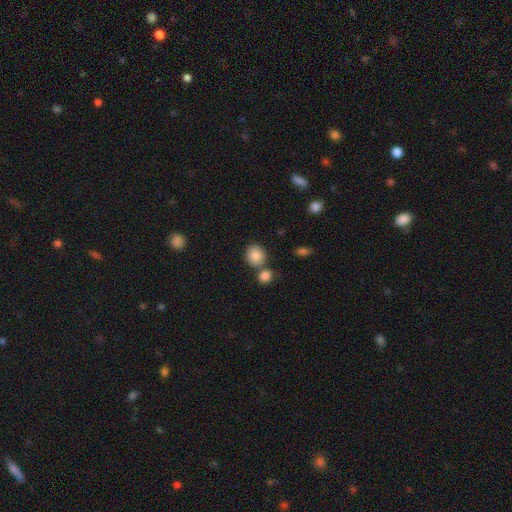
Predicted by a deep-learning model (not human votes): Smooth or featured: smooth — 85% (star or artifact — 9%)
How rounded: round — 81% (in between — 18%)
Merging: none — 64% (merger — 23%)